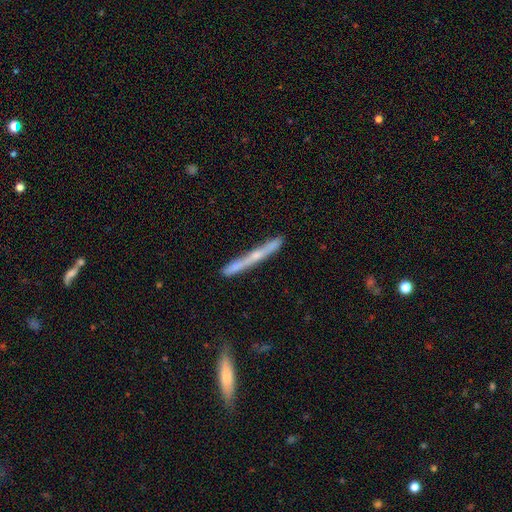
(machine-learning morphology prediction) Smooth or featured: featured or disk — 62% (smooth — 32%)
Edge-on disk: yes — 95% (no — 5%)
Edge-on bulge: rounded — 50% (none — 45%)
Merging: none — 81% (minor disturbance — 14%)